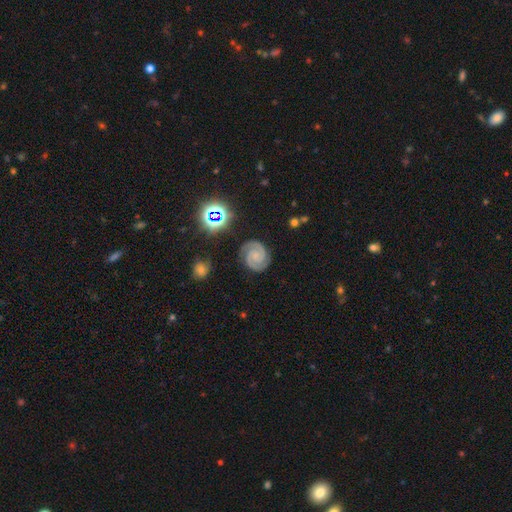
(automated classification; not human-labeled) This is clearly a featured or disk galaxy (88%). It is clearly not viewed edge-on (98%). Bar: likely no (63%). Spiral arm pattern: clearly yes (98%). Spiral arm count: clearly 2 (90%). Spiral winding: likely tight (60%). Central bulge: possibly small (56%). Merging: clearly none (82%).